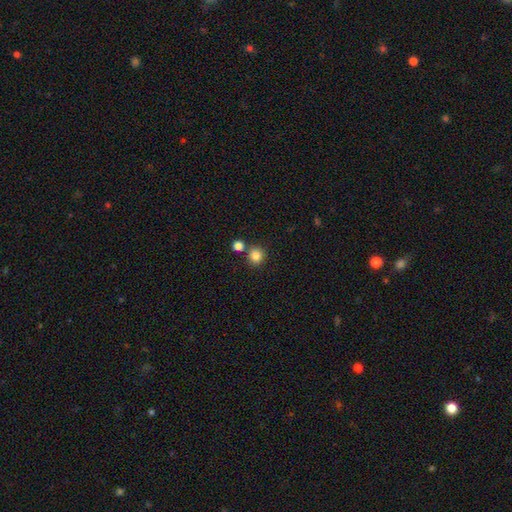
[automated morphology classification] Q: Smooth or featured?
A: smooth (84%); runner-up: star or artifact (11%)
Q: How rounded?
A: round (90%); runner-up: in between (9%)
Q: Merging?
A: none (73%); runner-up: merger (17%)